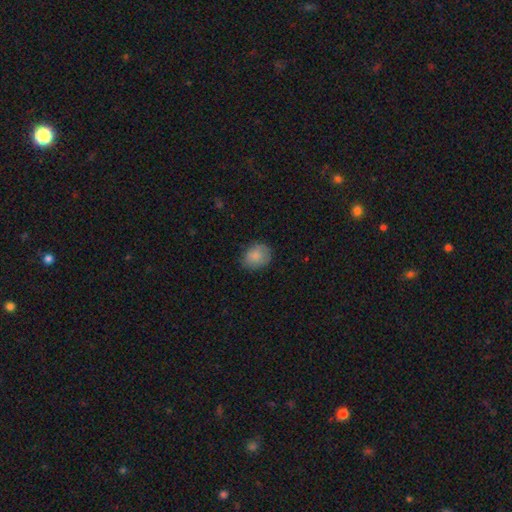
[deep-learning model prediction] The model was most divided on "how rounded": round: 56%, in between: 43%, cigar-shaped: 1%. More confident: smooth or featured — smooth (84%); merging — none (77%).